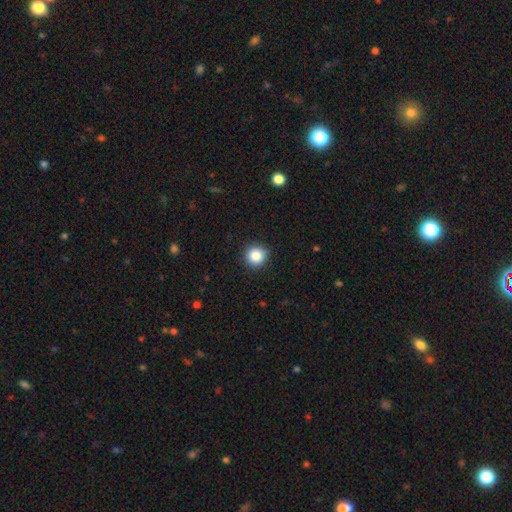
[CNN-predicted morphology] A smooth galaxy with no disk features (86%) that is round (94%).

Vote fractions:
- Smooth or featured? smooth: 86% / star or artifact: 10% / featured or disk: 4%
- How rounded? round: 94% / in between: 5% / cigar-shaped: 1%
- Merging? none: 91% / minor disturbance: 6% / major disturbance: 2% / merger: 1%